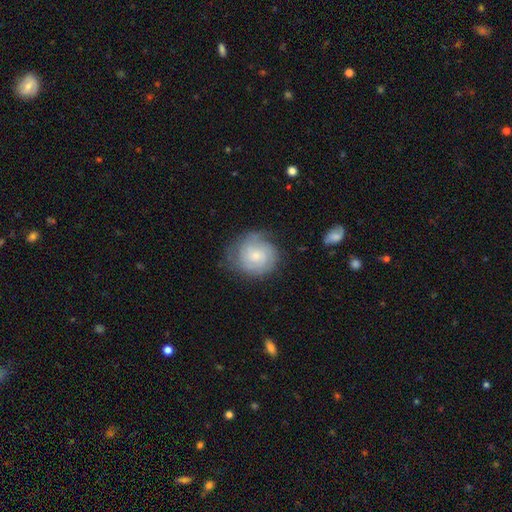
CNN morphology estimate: Smooth or featured? Predicted: featured or disk (p=0.61). Edge-on disk? Predicted: no (p=0.98). Bar? Predicted: no (p=0.70). Spiral arms? Predicted: yes (p=0.90). Spiral winding? Predicted: tight (p=0.63). Spiral arm count? Predicted: can't tell (p=0.38). Bulge size? Predicted: small (p=0.59). Merging? Predicted: none (p=0.70).